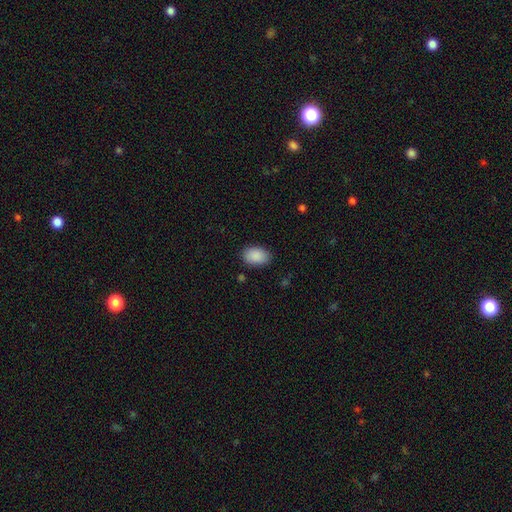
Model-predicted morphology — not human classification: A smooth galaxy with no disk features (90%) that is in between round and cigar-shaped (88%). Merging: none (85%).